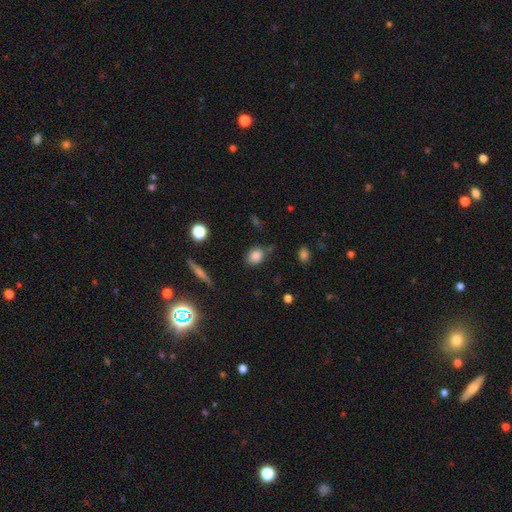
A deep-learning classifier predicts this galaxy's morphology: A smooth galaxy with no disk features (82%) that is in between round and cigar-shaped (59%). Merging: none (67%).